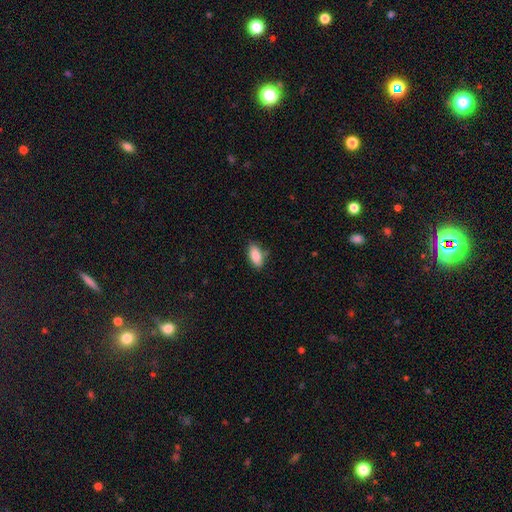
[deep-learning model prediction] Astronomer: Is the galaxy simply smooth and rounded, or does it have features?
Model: smooth — 88%.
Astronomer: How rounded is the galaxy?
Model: in between — 88%.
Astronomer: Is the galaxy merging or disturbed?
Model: none — 79%.